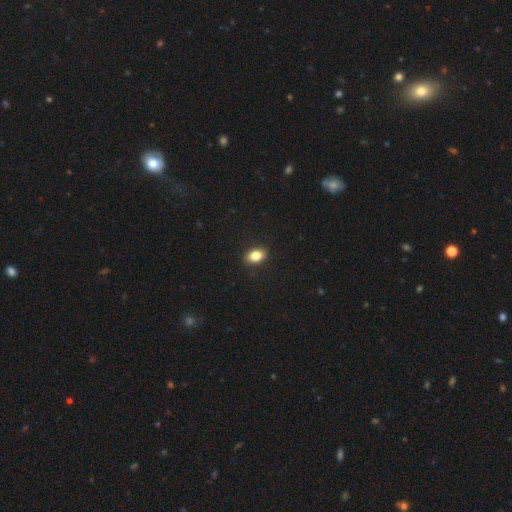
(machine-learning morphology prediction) A smooth galaxy with no disk features (82%) that is in between round and cigar-shaped (85%).

Vote fractions:
- Smooth or featured? smooth: 82% / featured or disk: 10% / star or artifact: 8%
- How rounded? in between: 85% / round: 12% / cigar-shaped: 3%
- Merging? none: 89% / minor disturbance: 8% / major disturbance: 2% / merger: 1%